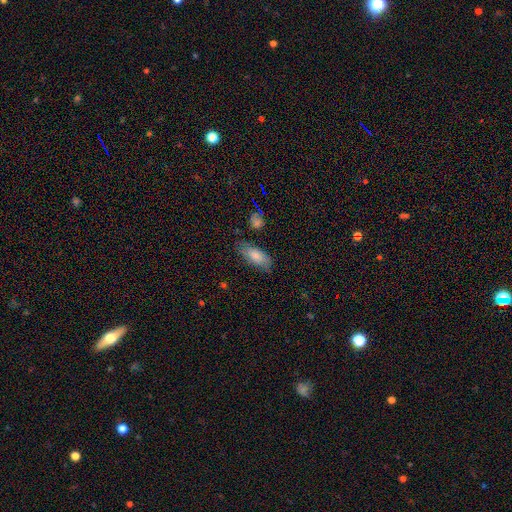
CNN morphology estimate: Q: Smooth or featured?
A: smooth (77%); runner-up: featured or disk (16%)
Q: How rounded?
A: in between (84%); runner-up: cigar-shaped (14%)
Q: Merging?
A: none (73%); runner-up: minor disturbance (20%)